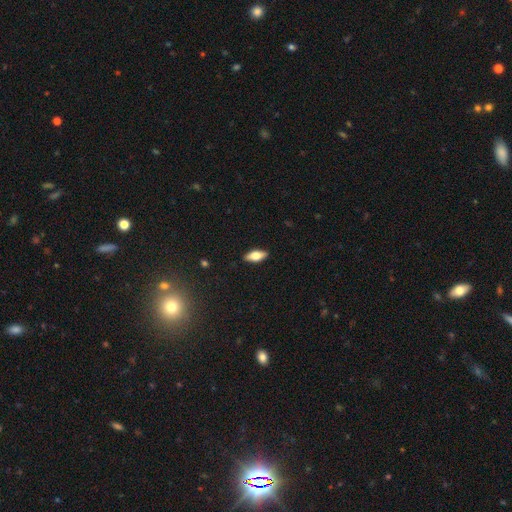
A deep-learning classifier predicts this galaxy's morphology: The model was most divided on "smooth or featured": smooth: 63%, featured or disk: 30%, star or artifact: 7%. More confident: merging — none (88%); how rounded — in between (81%).